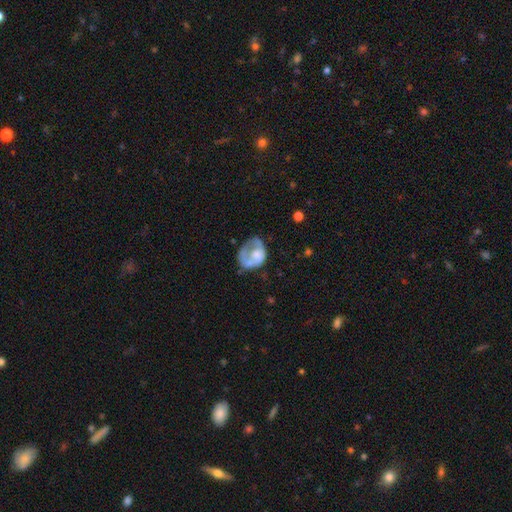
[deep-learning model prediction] A smooth galaxy with no disk features (49%).

Vote fractions:
- Smooth or featured? smooth: 49% / featured or disk: 43% / star or artifact: 7%
- Merging? major disturbance: 37% / none: 31% / minor disturbance: 26% / merger: 5%